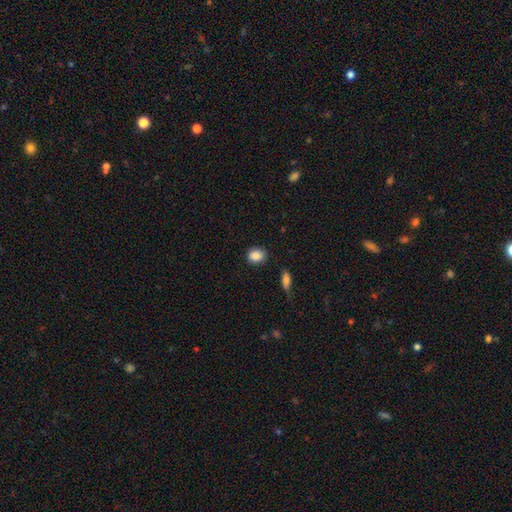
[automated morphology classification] Q: Smooth or featured?
A: smooth (88%); runner-up: star or artifact (8%)
Q: How rounded?
A: round (59%); runner-up: in between (40%)
Q: Merging?
A: none (84%); runner-up: minor disturbance (11%)